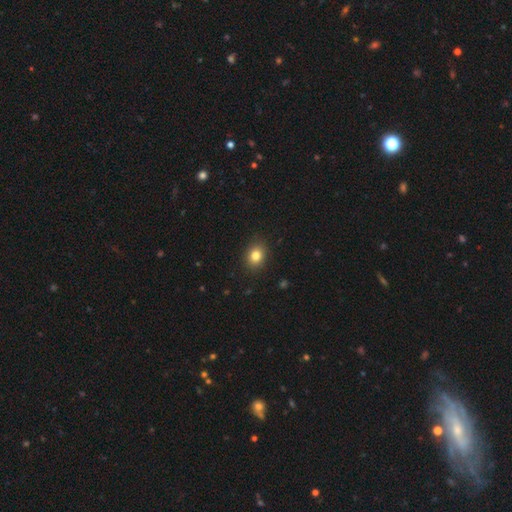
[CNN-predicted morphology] type=smooth (82%); roundness=in between (51%); merging=none (89%).